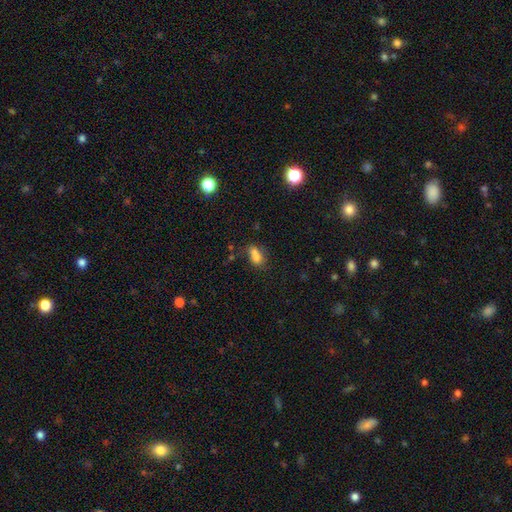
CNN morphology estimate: type=smooth (72%); roundness=in between (56%); merging=merger (55%).